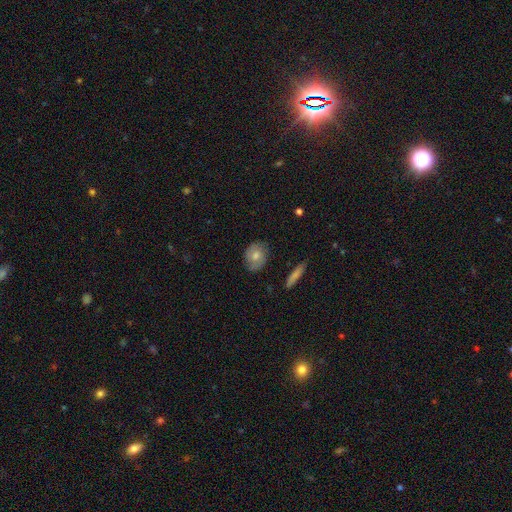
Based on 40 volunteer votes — smooth_or_featured: smooth (p=0.60) [alt: featured or disk p=0.33]
how_rounded: in between (p=0.54) [alt: round p=0.38]
merging: none (p=0.81) [alt: minor disturbance p=0.11]